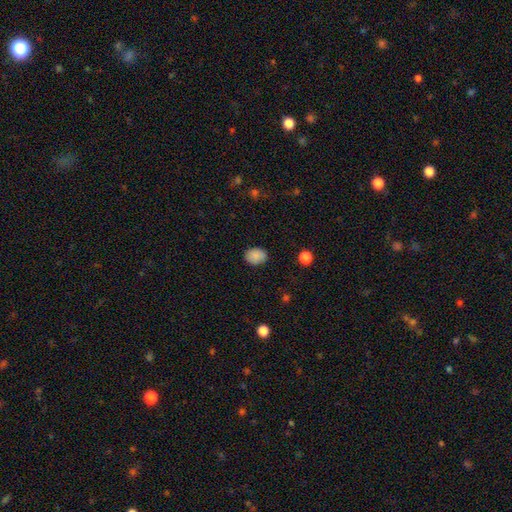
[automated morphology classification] Overall: smooth (87%). How rounded: in between (60%; round 39%). Merging: none (85%).